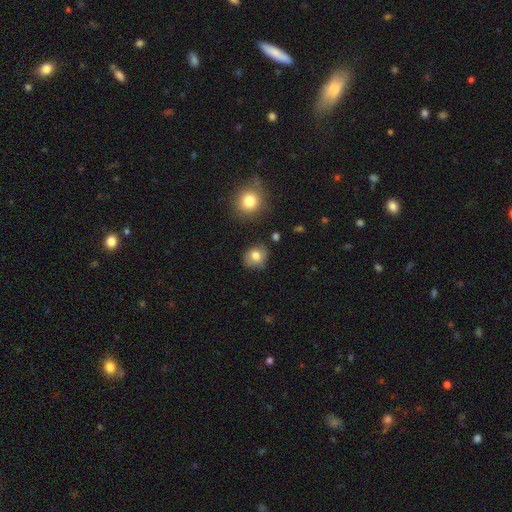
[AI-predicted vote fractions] smooth_or_featured: smooth (p=0.79) [alt: star or artifact p=0.11]
how_rounded: round (p=0.73) [alt: in between p=0.26]
merging: none (p=0.78) [alt: minor disturbance p=0.16]